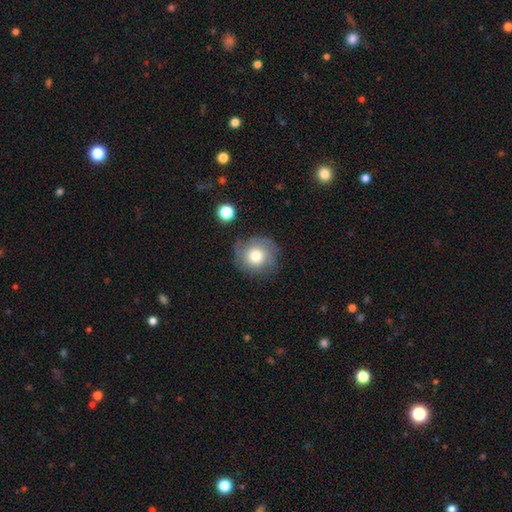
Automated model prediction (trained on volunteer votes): Smooth or featured? smooth (63%)
How rounded? round (90%)
Merging? none (74%)